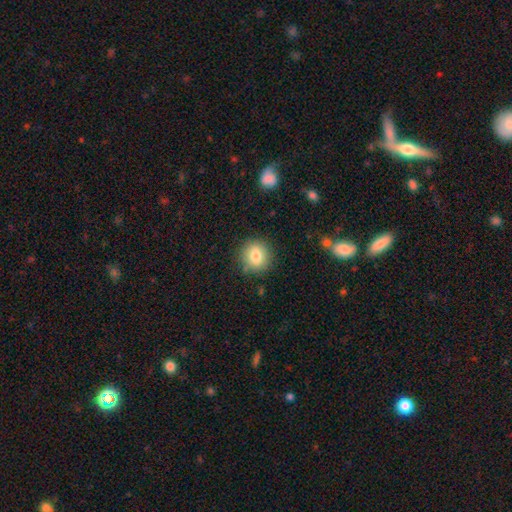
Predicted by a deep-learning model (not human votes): A smooth galaxy with no disk features (80%) that is round (87%). Merging: none (86%).